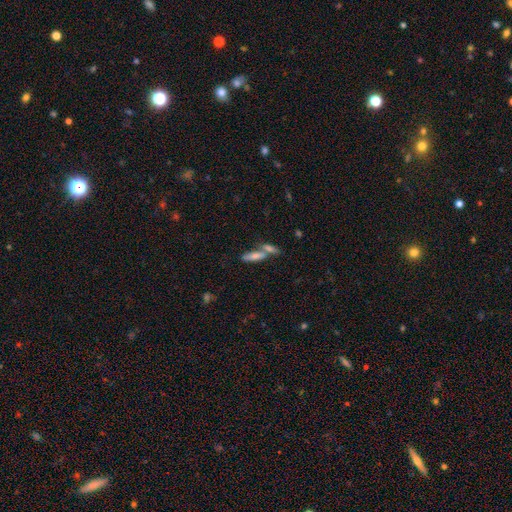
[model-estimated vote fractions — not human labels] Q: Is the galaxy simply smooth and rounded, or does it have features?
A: smooth — 68%.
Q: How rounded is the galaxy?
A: cigar-shaped — 60%.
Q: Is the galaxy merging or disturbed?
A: merger — 46%.